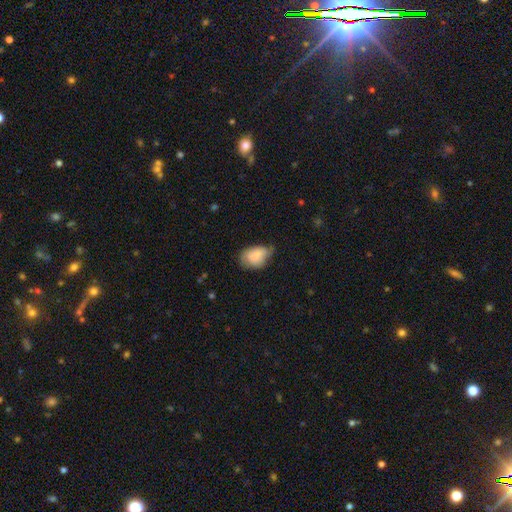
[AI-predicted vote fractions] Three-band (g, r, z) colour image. It shows a smooth galaxy with no disk features (82%) that is in between round and cigar-shaped (84%). Merging: minor disturbance (46%).